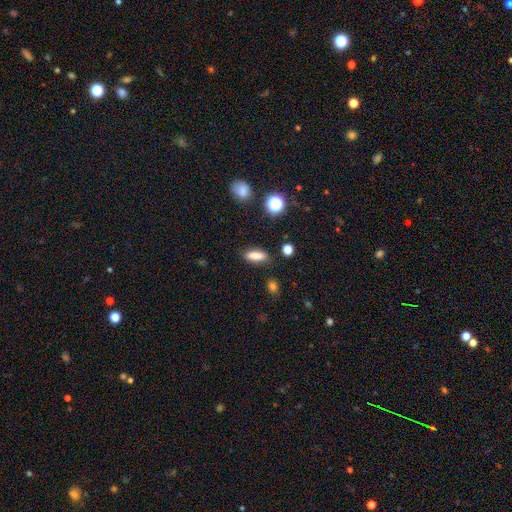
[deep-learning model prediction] Smooth or featured?
  - smooth: 81% *
  - star or artifact: 11%
  - featured or disk: 9%
How rounded?
  - in between: 54% *
  - cigar-shaped: 41%
  - round: 5%
Merging?
  - none: 85% *
  - minor disturbance: 10%
  - major disturbance: 3%
  - merger: 2%